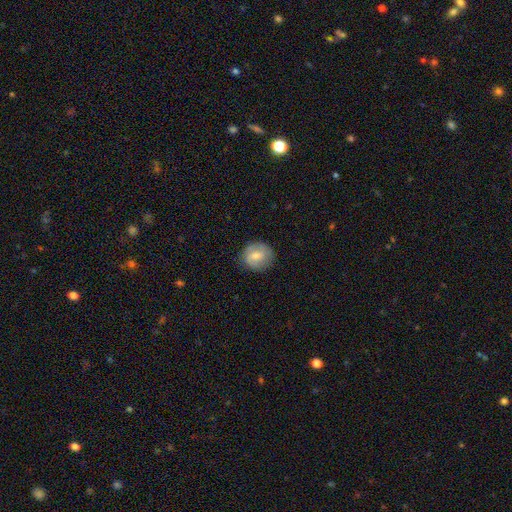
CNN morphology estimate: smooth-or-featured: smooth: 61% | featured or disk: 30% | star or artifact: 9%
  how-rounded: round: 84% | in between: 14% | cigar-shaped: 1%
  merging: none: 83% | minor disturbance: 12% | major disturbance: 4% | merger: 1%